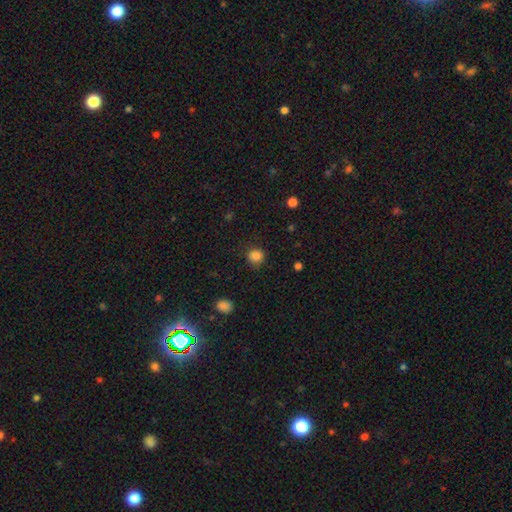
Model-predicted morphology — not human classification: The model was most divided on "smooth or featured": smooth: 86%, star or artifact: 11%, featured or disk: 3%. More confident: how rounded — round (88%); merging — none (85%).